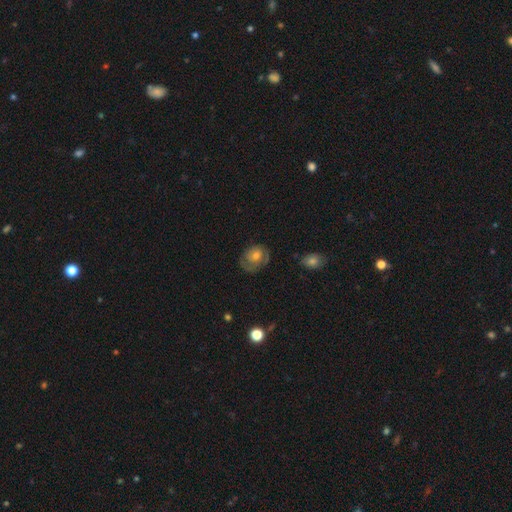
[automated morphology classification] smooth_or_featured: featured or disk (p=0.51) [alt: smooth p=0.40]
disk_edge_on: no (p=0.96) [alt: yes p=0.04]
merging: none (p=0.66) [alt: minor disturbance p=0.21]